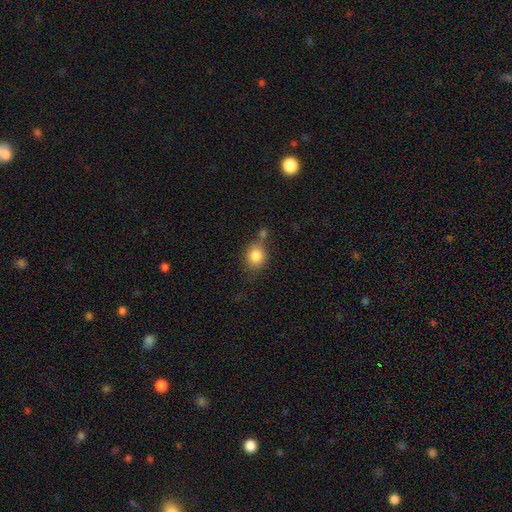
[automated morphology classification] Overall: smooth (83%). How rounded: round (67%; in between 32%). Merging: none (58%; merger 18%).